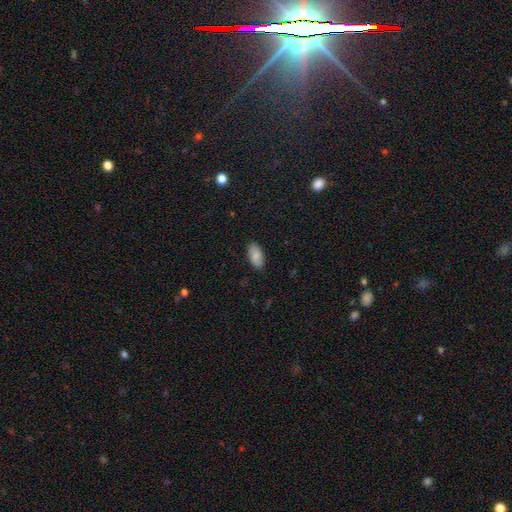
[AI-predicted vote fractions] Smooth or featured?
  - smooth: 84% *
  - featured or disk: 9%
  - star or artifact: 7%
How rounded?
  - in between: 94% *
  - cigar-shaped: 3%
  - round: 3%
Merging?
  - none: 86% *
  - minor disturbance: 11%
  - major disturbance: 2%
  - merger: 1%